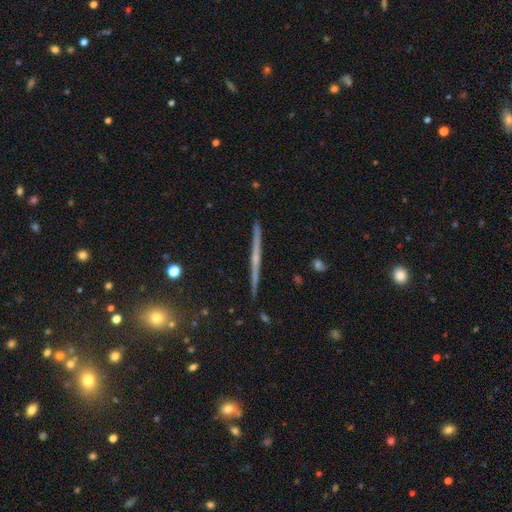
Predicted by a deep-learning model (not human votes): A featured or disk galaxy (73%) viewed edge-on (98%) with no central bulge (52%). Merging: none (92%).